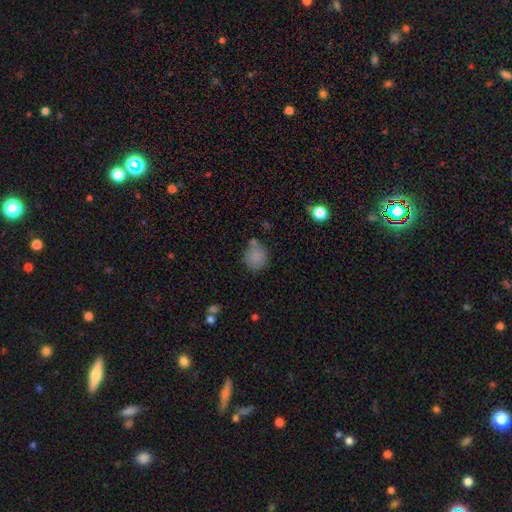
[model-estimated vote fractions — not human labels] Overall: smooth (82%). How rounded: round (82%). Merging: none (61%).